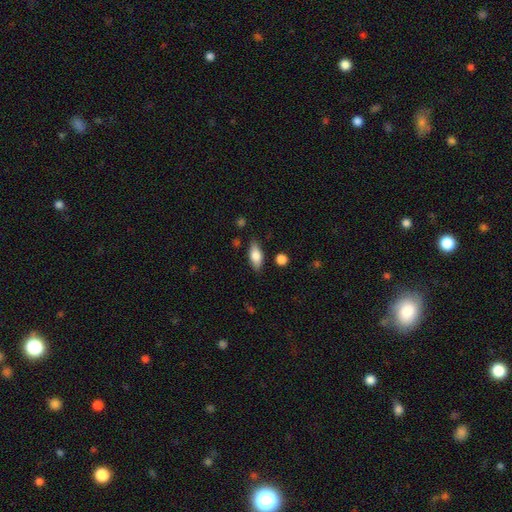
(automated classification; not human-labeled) The model was most divided on "smooth or featured": smooth: 73%, featured or disk: 20%, star or artifact: 7%. More confident: merging — none (82%); how rounded — in between (79%).